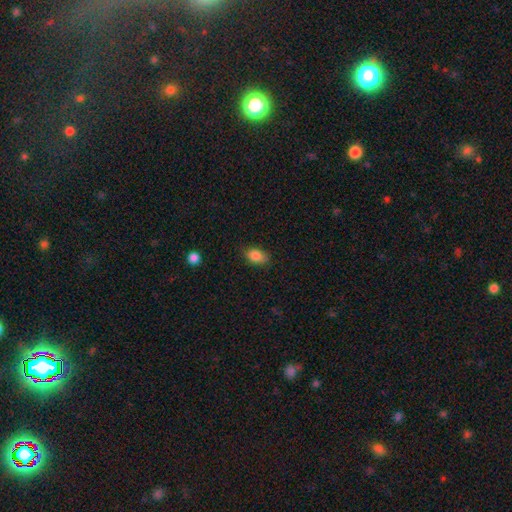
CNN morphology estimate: Smooth or featured?
  - smooth: 85% *
  - star or artifact: 9%
  - featured or disk: 7%
How rounded?
  - in between: 86% *
  - round: 12%
  - cigar-shaped: 2%
Merging?
  - none: 80% *
  - minor disturbance: 16%
  - major disturbance: 3%
  - merger: 1%